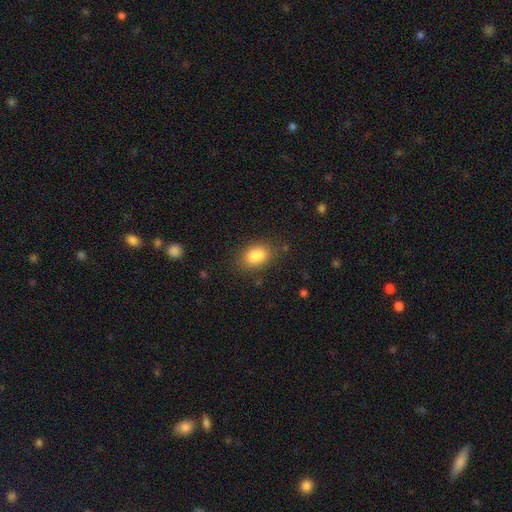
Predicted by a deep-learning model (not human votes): A smooth galaxy with no disk features (83%) that is in between round and cigar-shaped (81%).

Vote fractions:
- Smooth or featured? smooth: 83% / star or artifact: 9% / featured or disk: 8%
- How rounded? in between: 81% / round: 17% / cigar-shaped: 2%
- Merging? none: 67% / minor disturbance: 18% / merger: 10% / major disturbance: 5%